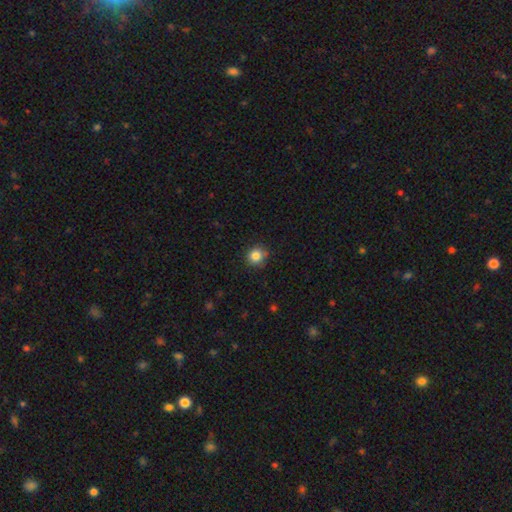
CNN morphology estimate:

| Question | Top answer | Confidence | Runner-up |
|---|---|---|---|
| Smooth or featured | smooth | 84% | star or artifact (11%) |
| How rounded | round | 91% | in between (8%) |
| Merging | none | 84% | minor disturbance (12%) |